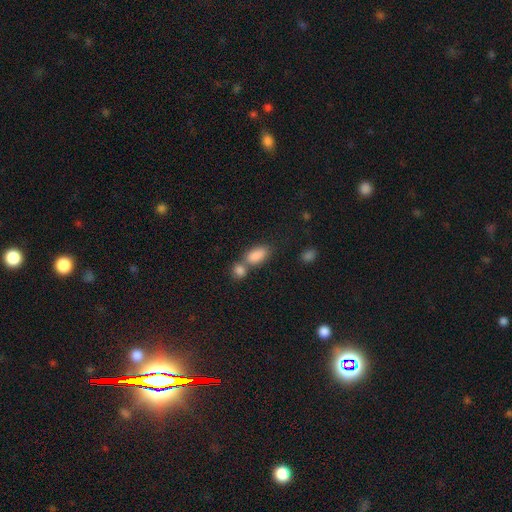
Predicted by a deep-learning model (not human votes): Q: Smooth or featured?
A: smooth (85%); runner-up: star or artifact (9%)
Q: How rounded?
A: in between (88%); runner-up: round (7%)
Q: Merging?
A: merger (47%); runner-up: none (39%)